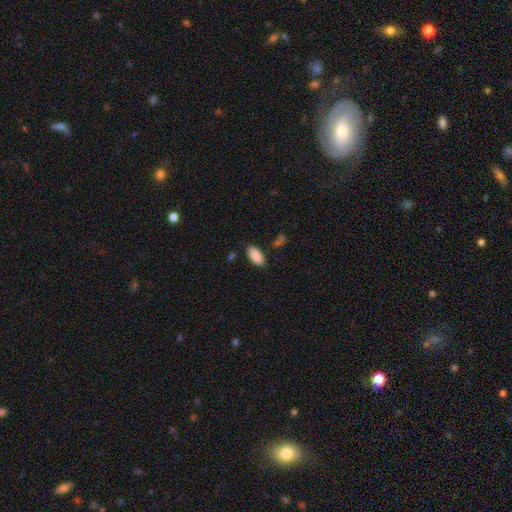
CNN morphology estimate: smooth-or-featured: smooth: 89% | star or artifact: 7% | featured or disk: 4%
  how-rounded: in between: 91% | cigar-shaped: 8% | round: 2%
  merging: none: 82% | minor disturbance: 12% | merger: 3% | major disturbance: 3%